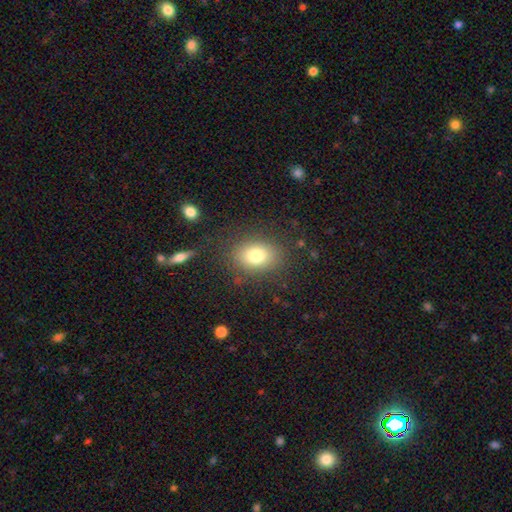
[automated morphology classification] A smooth galaxy with no disk features (79%) that is in between round and cigar-shaped (63%). Merging: none (82%).